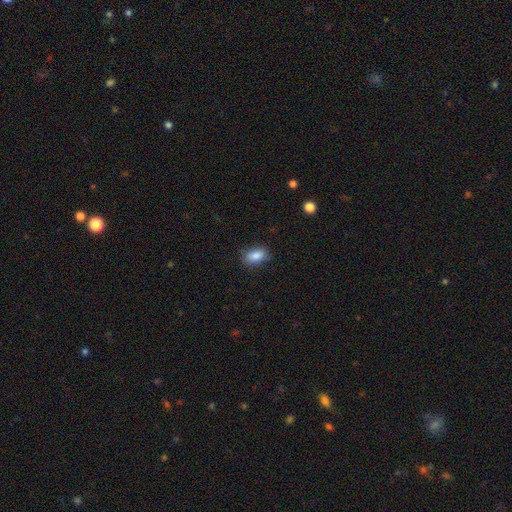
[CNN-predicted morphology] This appears to be a smooth galaxy with no disk features (87%) that is in between round and cigar-shaped (88%). Merging: none (83%).